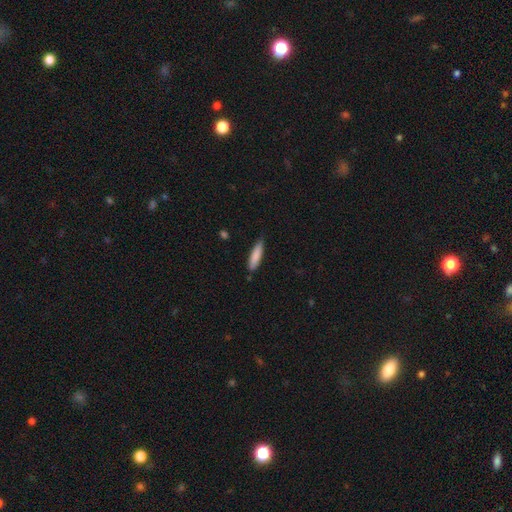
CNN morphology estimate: Overall: smooth (83%). How rounded: cigar-shaped (76%). Merging: none (77%).